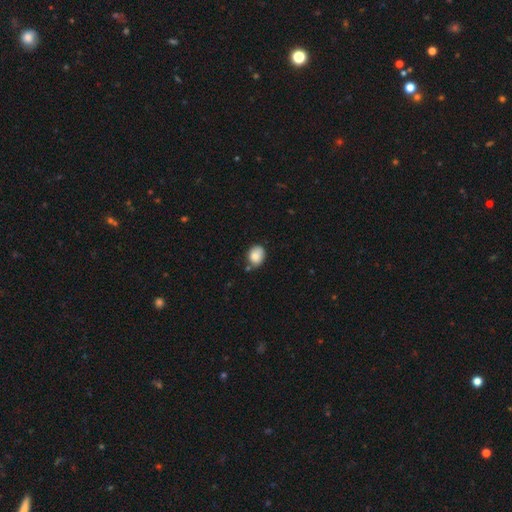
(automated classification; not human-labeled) The model was most divided on "how rounded": in between: 61%, round: 38%, cigar-shaped: 1%. More confident: smooth or featured — smooth (85%); merging — none (64%).